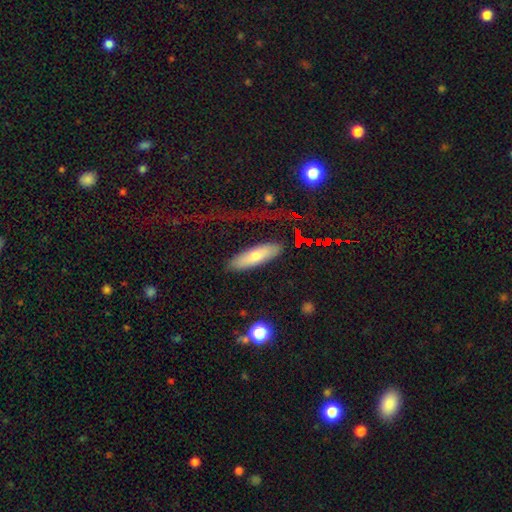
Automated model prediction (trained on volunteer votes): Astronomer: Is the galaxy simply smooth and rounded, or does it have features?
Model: smooth — 62%.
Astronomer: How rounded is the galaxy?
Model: cigar-shaped — 55% (runner-up: in between, 42%).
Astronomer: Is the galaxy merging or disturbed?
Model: none — 70%.